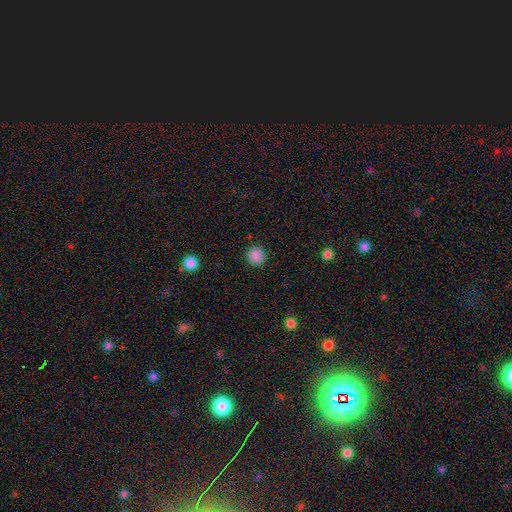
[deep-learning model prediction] Q: Smooth or featured?
A: smooth (88%); runner-up: star or artifact (10%)
Q: How rounded?
A: round (94%); runner-up: in between (5%)
Q: Merging?
A: none (91%); runner-up: minor disturbance (6%)